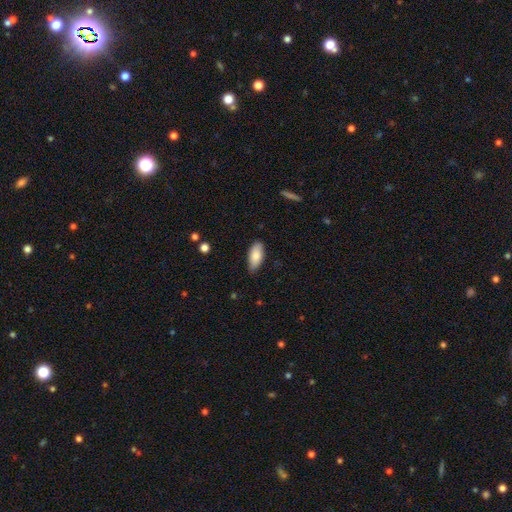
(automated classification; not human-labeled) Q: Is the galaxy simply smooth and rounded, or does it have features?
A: smooth — 84%.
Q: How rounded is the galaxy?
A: in between — 89%.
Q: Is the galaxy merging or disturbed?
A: none — 83%.